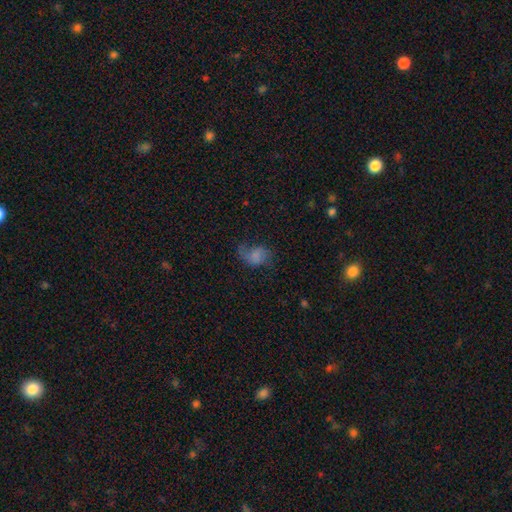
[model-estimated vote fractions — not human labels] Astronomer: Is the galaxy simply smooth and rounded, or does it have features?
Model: smooth — 56%.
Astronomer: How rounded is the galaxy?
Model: in between — 68%.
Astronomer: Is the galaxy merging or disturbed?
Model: none — 37% (runner-up: major disturbance, 33%).